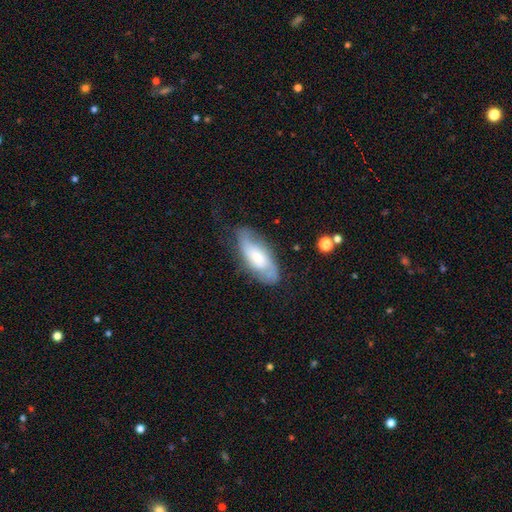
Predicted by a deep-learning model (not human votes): Overall: featured or disk (53%; smooth 39%). Edge-on disk: no (85%). Merging: none (65%).